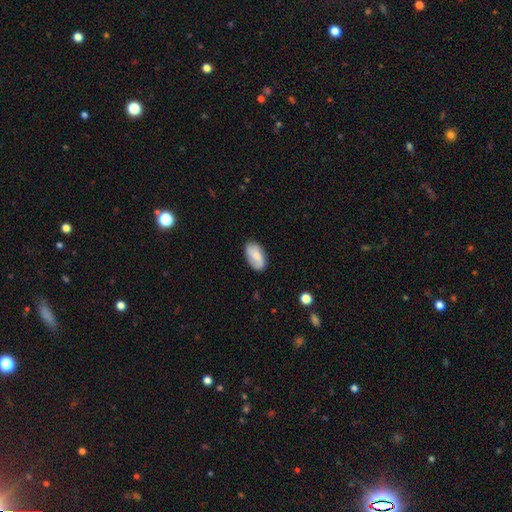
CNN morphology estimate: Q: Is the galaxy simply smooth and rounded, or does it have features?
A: smooth — 68%.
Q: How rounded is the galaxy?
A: in between — 94%.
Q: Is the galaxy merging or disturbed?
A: none — 80%.